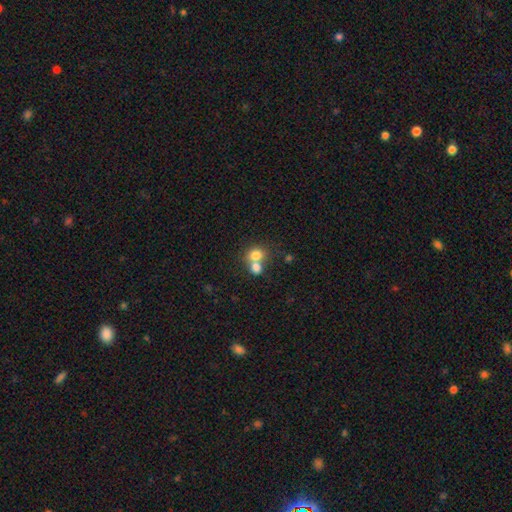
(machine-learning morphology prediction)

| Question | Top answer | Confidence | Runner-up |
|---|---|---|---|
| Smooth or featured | smooth | 76% | featured or disk (13%) |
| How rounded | round | 65% | in between (35%) |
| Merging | merger | 60% | none (30%) |